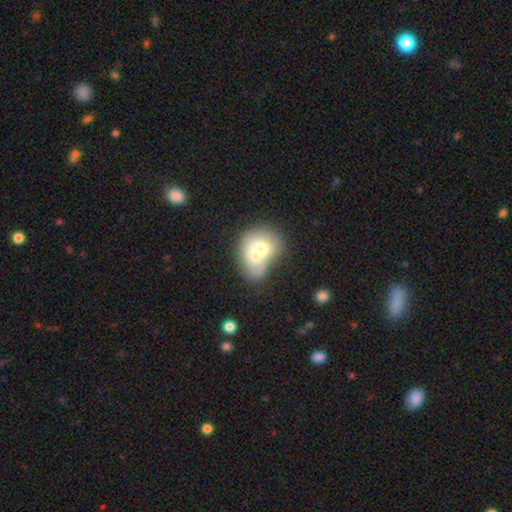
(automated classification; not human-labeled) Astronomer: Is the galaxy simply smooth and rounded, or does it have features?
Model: smooth — 61%.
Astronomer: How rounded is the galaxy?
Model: round — 53% (runner-up: in between, 46%).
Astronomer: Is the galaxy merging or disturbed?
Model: merger — 72%.